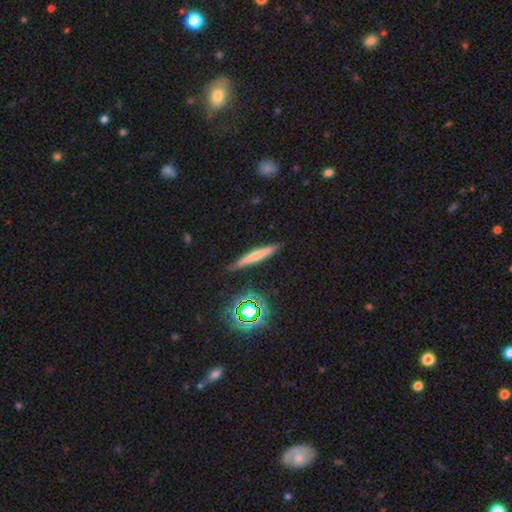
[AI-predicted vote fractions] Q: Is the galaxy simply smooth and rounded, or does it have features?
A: smooth — 55%.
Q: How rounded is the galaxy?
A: cigar-shaped — 93%.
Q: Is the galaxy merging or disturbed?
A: none — 86%.